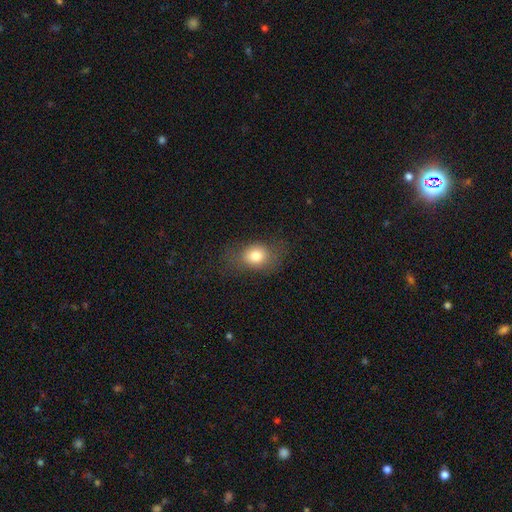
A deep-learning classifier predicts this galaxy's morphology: This appears to be a smooth galaxy with no disk features (78%) that is in between round and cigar-shaped (55%). Merging: none (67%).